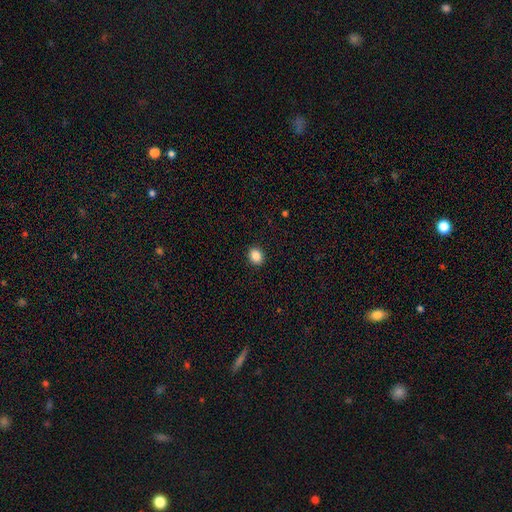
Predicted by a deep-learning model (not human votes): The model was most divided on "how rounded": round: 55%, in between: 44%, cigar-shaped: 1%. More confident: merging — none (91%); smooth or featured — smooth (87%).